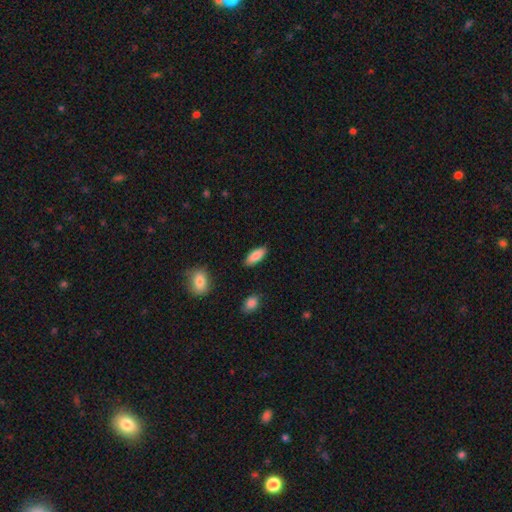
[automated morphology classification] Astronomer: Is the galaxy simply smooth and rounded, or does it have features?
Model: smooth — 87%.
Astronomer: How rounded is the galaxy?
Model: in between — 76%.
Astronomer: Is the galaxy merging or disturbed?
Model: none — 88%.